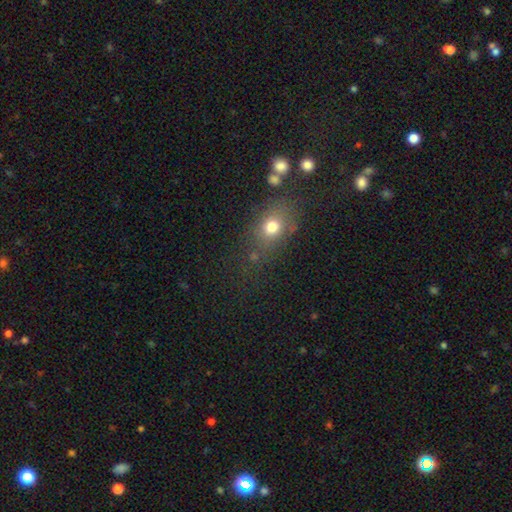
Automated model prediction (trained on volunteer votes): Smooth or featured? smooth (60%)
How rounded? round (53%)
Merging? none (67%)